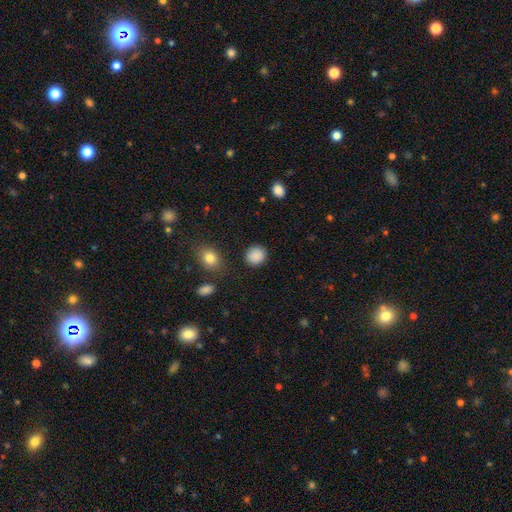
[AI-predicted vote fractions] smooth 88%, star or artifact 9%, featured or disk 3%. Down the decision tree: how rounded — round (85%); merging — none (87%).